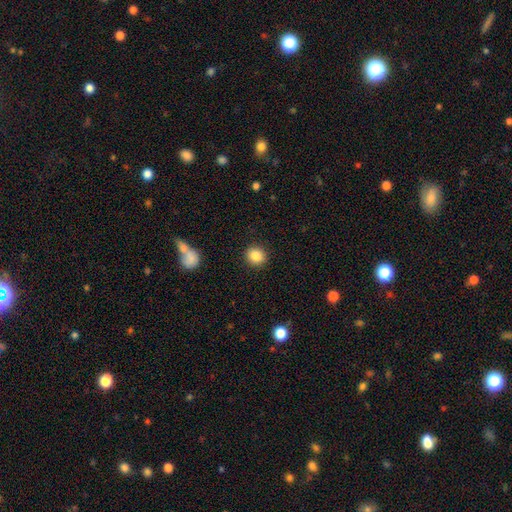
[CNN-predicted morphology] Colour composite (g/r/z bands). It shows a smooth galaxy with no disk features (86%) that is round (86%). Merging: none (91%).